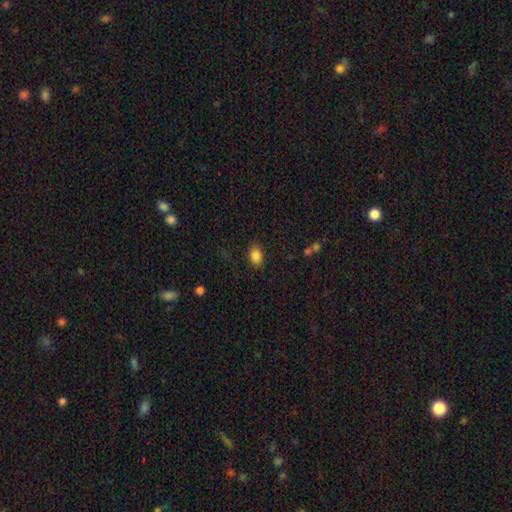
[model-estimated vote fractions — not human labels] This appears to be a smooth galaxy with no disk features (86%) that is in between round and cigar-shaped (79%). Merging: none (84%).